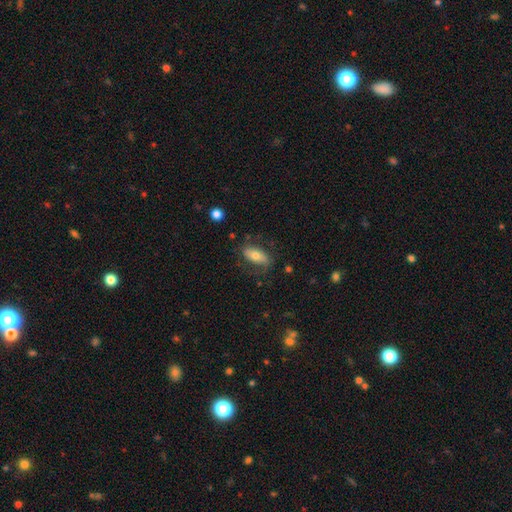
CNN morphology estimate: A smooth galaxy with no disk features (60%) that is in between round and cigar-shaped (85%).

Vote fractions:
- Smooth or featured? smooth: 60% / featured or disk: 33% / star or artifact: 7%
- How rounded? in between: 85% / cigar-shaped: 11% / round: 4%
- Merging? none: 64% / minor disturbance: 21% / major disturbance: 13% / merger: 2%